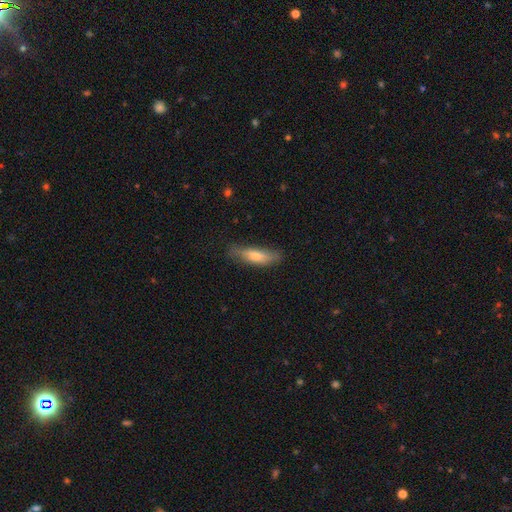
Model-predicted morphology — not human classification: Smooth or featured: smooth — 71% (featured or disk — 23%)
How rounded: cigar-shaped — 65% (in between — 33%)
Merging: none — 76% (minor disturbance — 19%)